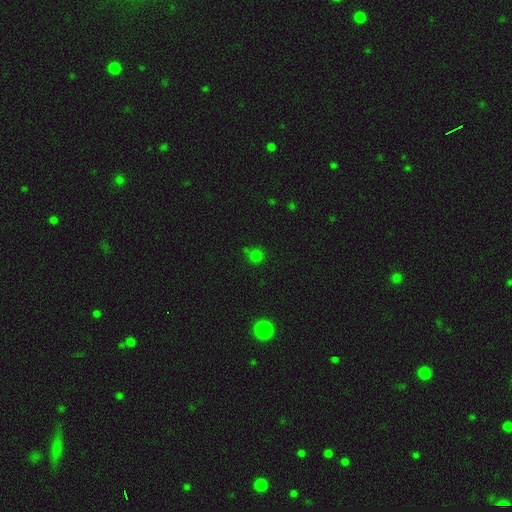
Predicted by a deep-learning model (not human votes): Smooth or featured? Predicted: smooth (p=0.71). How rounded? Predicted: round (p=0.89). Merging? Predicted: none (p=0.71).